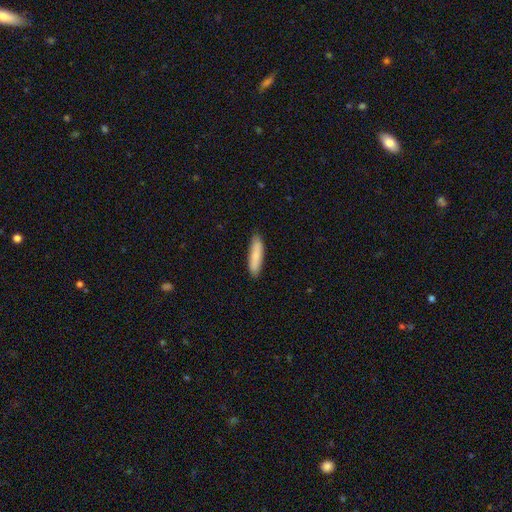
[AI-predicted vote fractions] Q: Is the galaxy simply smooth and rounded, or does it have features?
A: smooth — 84%.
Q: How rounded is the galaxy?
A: cigar-shaped — 78%.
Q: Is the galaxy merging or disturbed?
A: none — 88%.